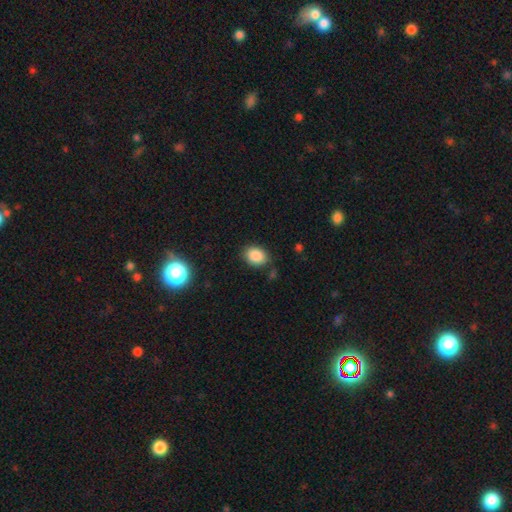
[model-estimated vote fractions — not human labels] The model was most divided on "how rounded": in between: 64%, round: 35%, cigar-shaped: 1%. More confident: smooth or featured — smooth (86%); merging — none (79%).